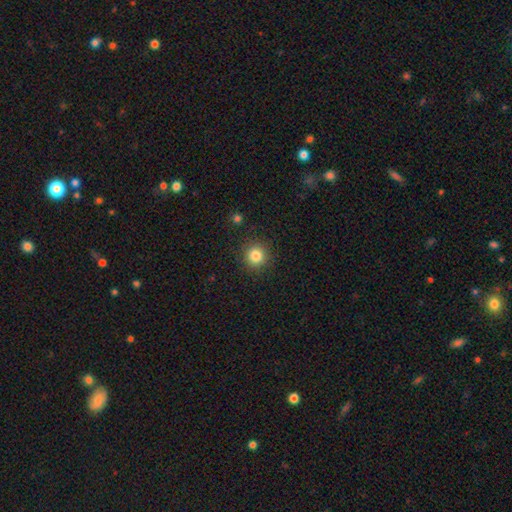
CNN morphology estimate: type=smooth (83%); roundness=round (93%); merging=none (90%).